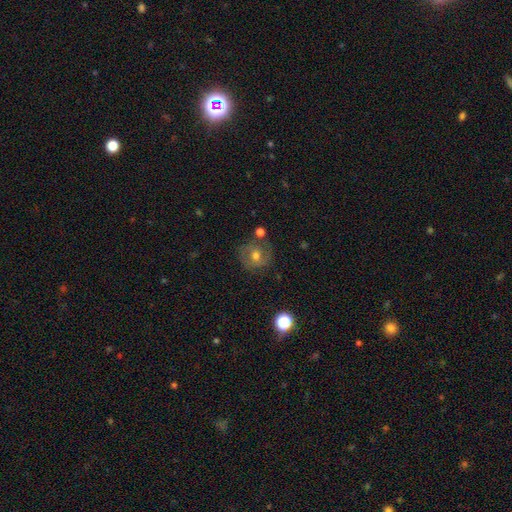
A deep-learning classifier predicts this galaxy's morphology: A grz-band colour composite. It shows a featured or disk galaxy (45%). Merging: none (72%).